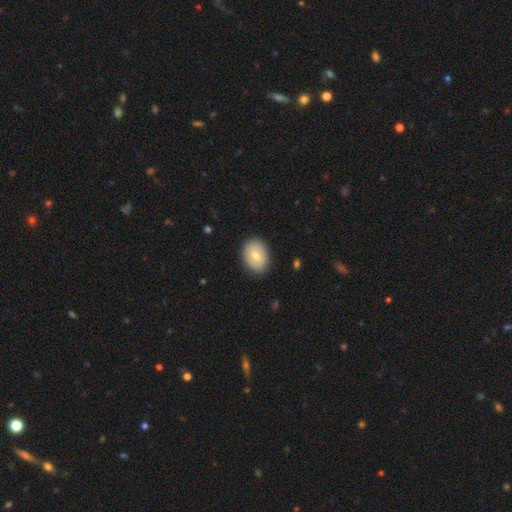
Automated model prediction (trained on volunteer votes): smooth_or_featured: smooth (p=0.71) [alt: featured or disk p=0.23]
how_rounded: in between (p=0.69) [alt: round p=0.30]
merging: none (p=0.85) [alt: minor disturbance p=0.11]